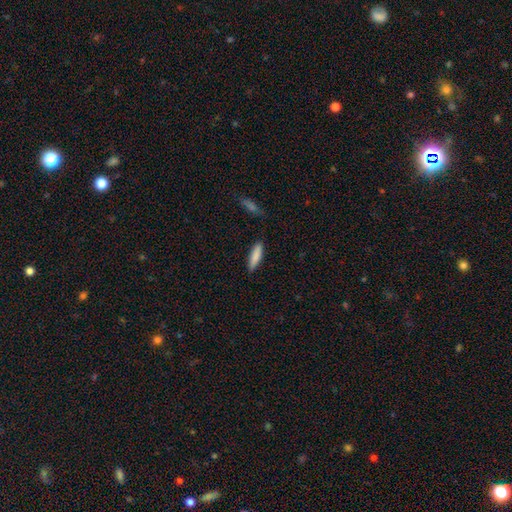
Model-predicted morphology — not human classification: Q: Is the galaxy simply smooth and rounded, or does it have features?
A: smooth — 85%.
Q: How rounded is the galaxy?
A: cigar-shaped — 70%.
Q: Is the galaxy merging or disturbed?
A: none — 86%.